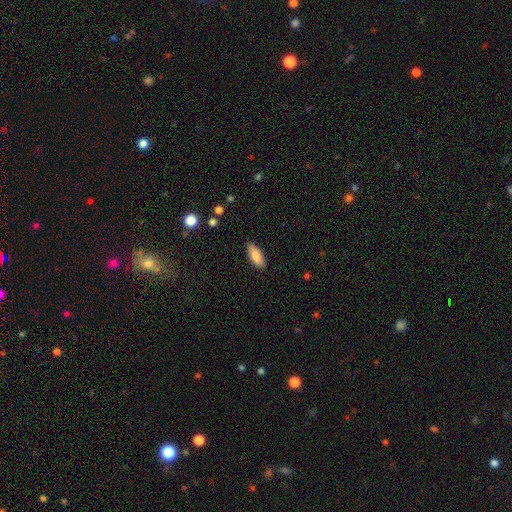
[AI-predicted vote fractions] The model was most divided on "how rounded": in between: 78%, cigar-shaped: 20%, round: 2%. More confident: smooth or featured — smooth (88%); merging — none (87%).